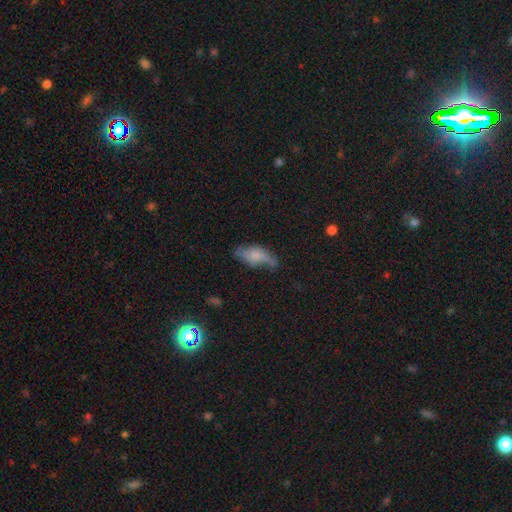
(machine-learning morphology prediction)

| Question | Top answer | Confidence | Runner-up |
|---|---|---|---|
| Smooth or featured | smooth | 61% | featured or disk (31%) |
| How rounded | in between | 78% | cigar-shaped (19%) |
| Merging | none | 45% | minor disturbance (34%) |